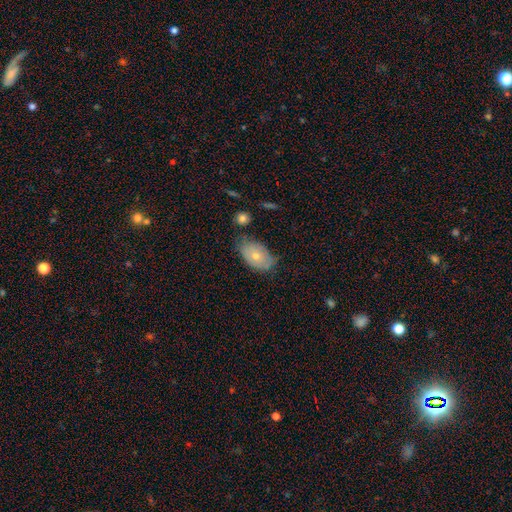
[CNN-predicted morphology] Smooth or featured?
  - smooth: 65% *
  - featured or disk: 28%
  - star or artifact: 7%
How rounded?
  - in between: 90% *
  - round: 9%
  - cigar-shaped: 1%
Merging?
  - none: 56% *
  - minor disturbance: 33%
  - major disturbance: 7%
  - merger: 4%